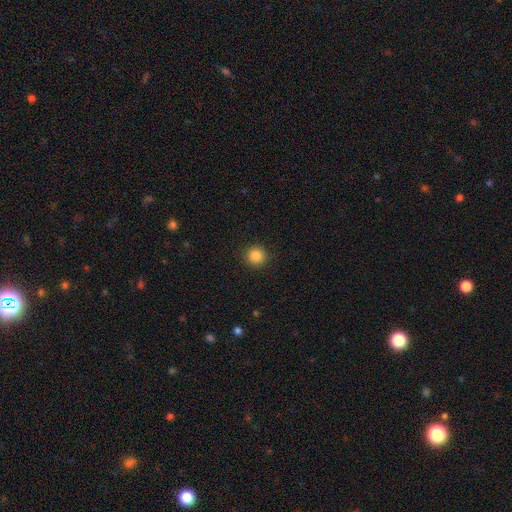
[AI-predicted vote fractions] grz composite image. It shows a smooth galaxy with no disk features (86%) that is round (94%). Merging: none (92%).